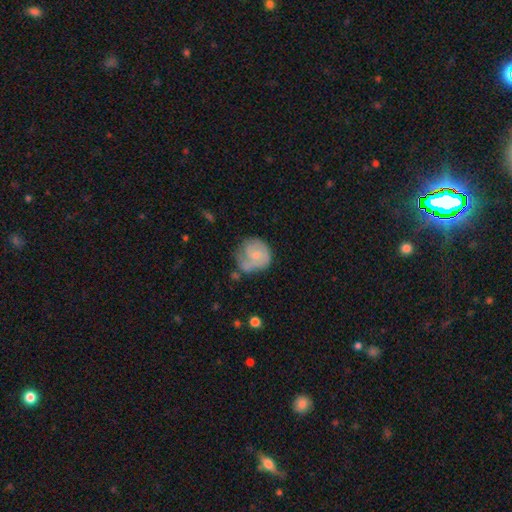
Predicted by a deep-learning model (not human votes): This is possibly a smooth galaxy (51%). How rounded: likely round (80%). Merging: marginally none (39%).